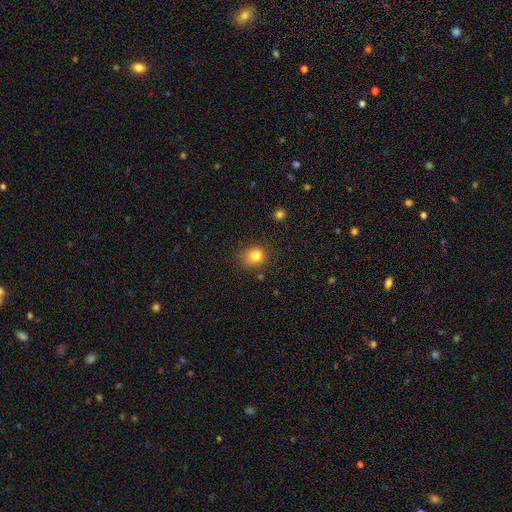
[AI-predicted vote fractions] A smooth galaxy with no disk features (83%) that is round (76%). Merging: none (77%).